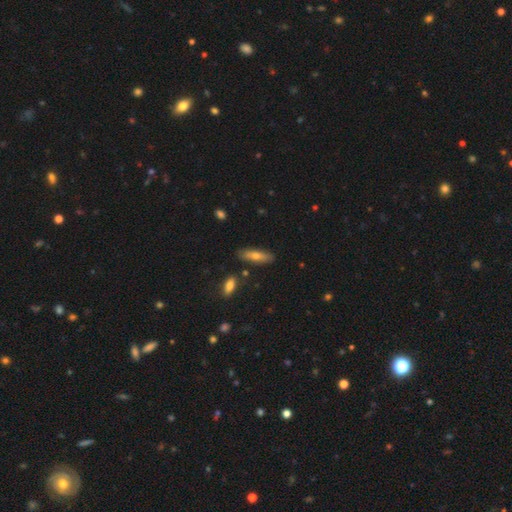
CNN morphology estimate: Overall: smooth (61%; featured or disk 32%). How rounded: cigar-shaped (64%; in between 34%). Merging: none (84%).